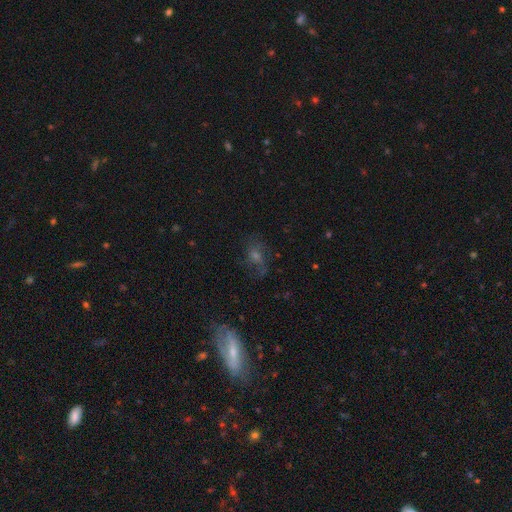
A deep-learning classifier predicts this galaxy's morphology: A featured or disk galaxy (47%). Merging: none (62%).